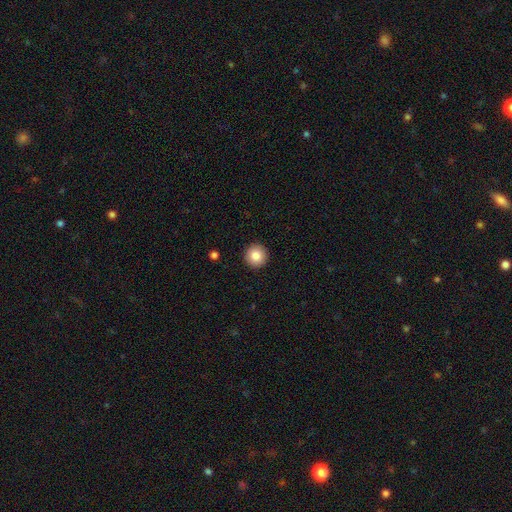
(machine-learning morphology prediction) A smooth galaxy with no disk features (85%) that is round (96%). Merging: none (93%).